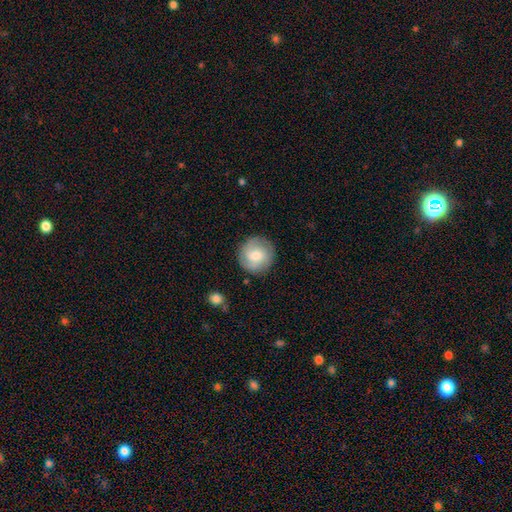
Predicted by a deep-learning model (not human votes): smooth_or_featured: smooth (p=0.57) [alt: featured or disk p=0.36]
how_rounded: round (p=0.94) [alt: in between p=0.05]
merging: none (p=0.85) [alt: minor disturbance p=0.10]